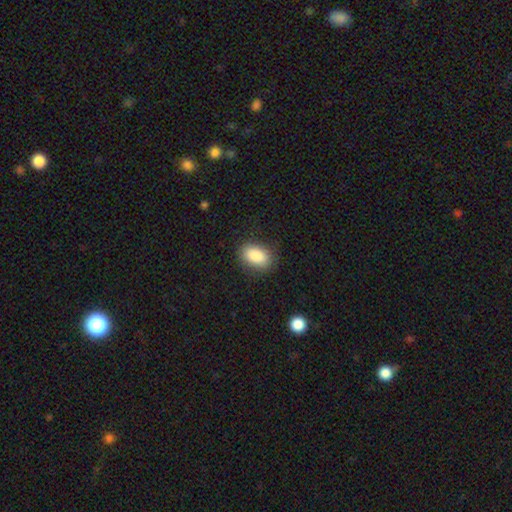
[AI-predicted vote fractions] This is clearly a smooth galaxy (88%). How rounded: clearly in between (88%). Merging: clearly none (84%).